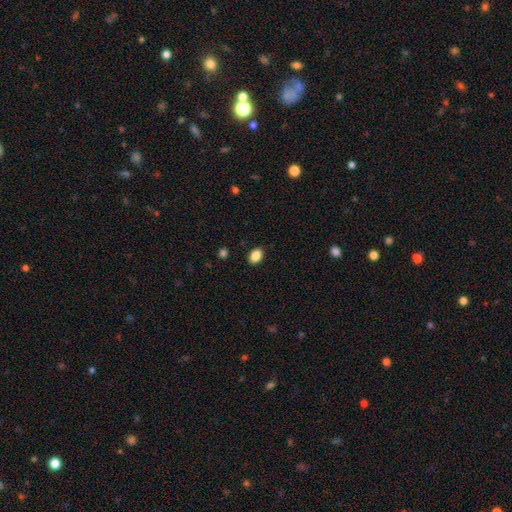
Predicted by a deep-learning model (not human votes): A smooth galaxy with no disk features (88%) that is in between round and cigar-shaped (75%).

Vote fractions:
- Smooth or featured? smooth: 88% / star or artifact: 9% / featured or disk: 4%
- How rounded? in between: 75% / round: 24% / cigar-shaped: 1%
- Merging? none: 89% / minor disturbance: 8% / major disturbance: 2% / merger: 1%